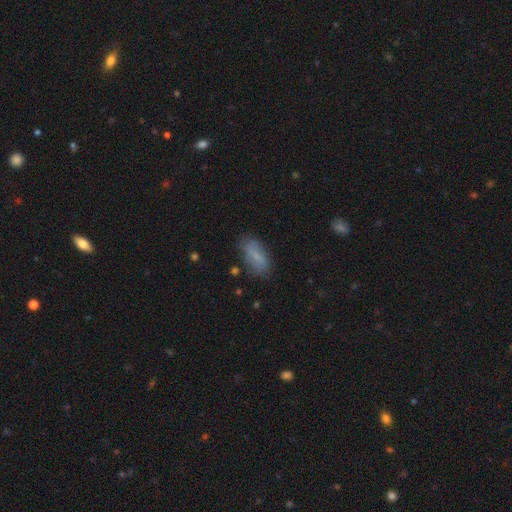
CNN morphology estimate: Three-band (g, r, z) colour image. It shows a smooth galaxy with no disk features (69%) that is in between round and cigar-shaped (80%). Merging: none (74%).